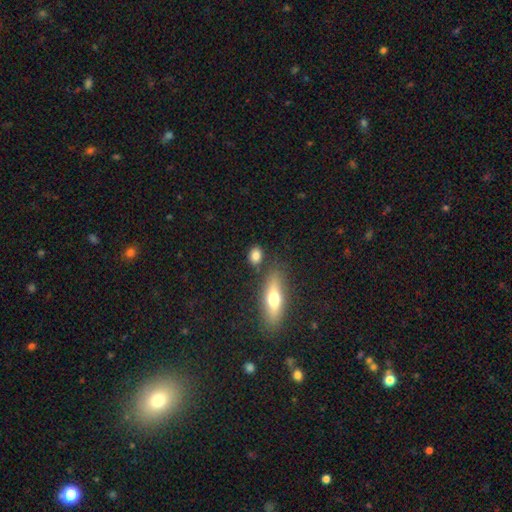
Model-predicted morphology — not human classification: Smooth or featured?
  - smooth: 81% *
  - featured or disk: 9%
  - star or artifact: 9%
How rounded?
  - in between: 53% *
  - round: 41%
  - cigar-shaped: 6%
Merging?
  - none: 77% *
  - minor disturbance: 11%
  - merger: 8%
  - major disturbance: 4%